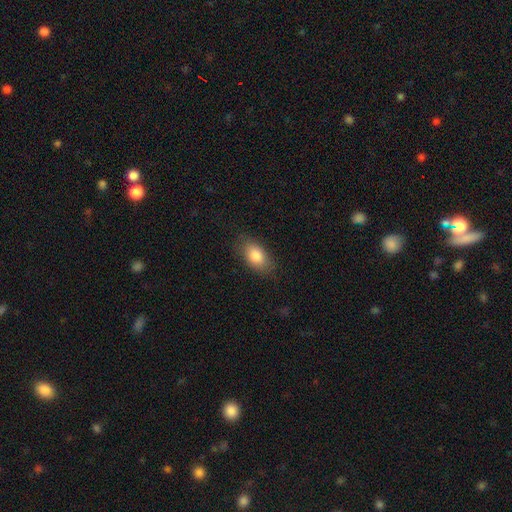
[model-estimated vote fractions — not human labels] A smooth galaxy with no disk features (83%) that is in between round and cigar-shaped (90%). Merging: none (82%).